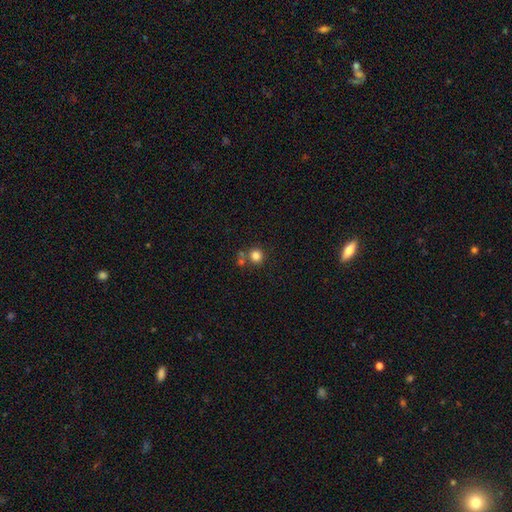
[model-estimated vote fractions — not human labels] This appears to be a smooth galaxy with no disk features (82%) that is round (93%). Merging: none (70%).